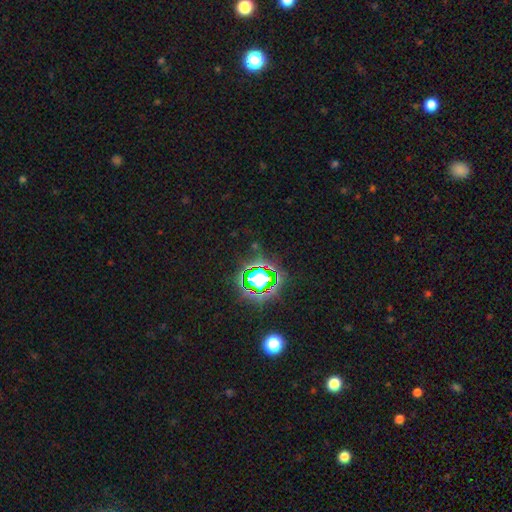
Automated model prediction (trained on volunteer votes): Q: Smooth or featured?
A: star or artifact (80%); runner-up: smooth (13%)